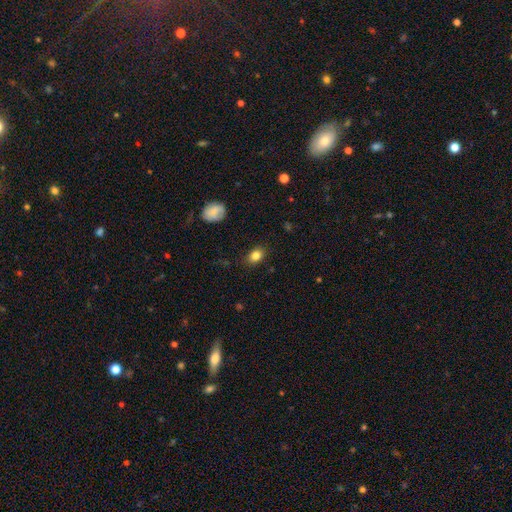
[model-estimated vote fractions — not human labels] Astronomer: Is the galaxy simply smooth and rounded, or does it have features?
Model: smooth — 83%.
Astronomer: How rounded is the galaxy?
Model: in between — 71%.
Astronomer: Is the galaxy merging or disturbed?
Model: none — 83%.